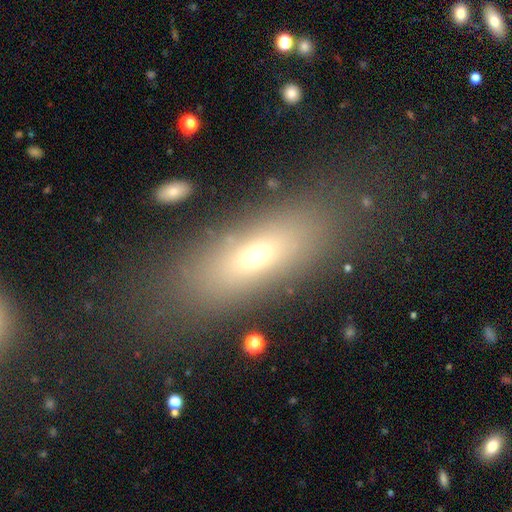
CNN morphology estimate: smooth 64%, featured or disk 22%, star or artifact 14%. Down the decision tree: how rounded — in between (63%); merging — none (77%).